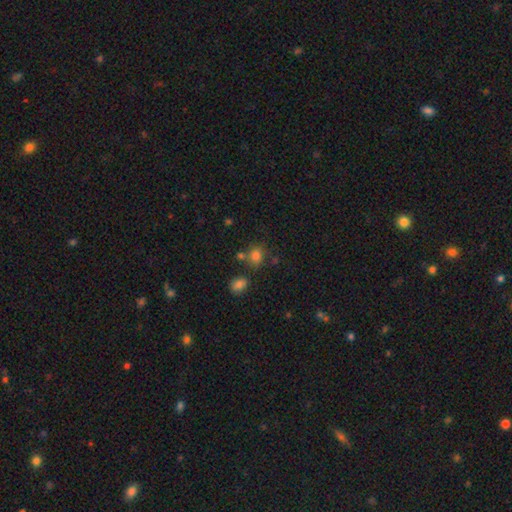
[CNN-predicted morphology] Smooth or featured?
  - smooth: 79% *
  - star or artifact: 14%
  - featured or disk: 7%
How rounded?
  - round: 67% *
  - in between: 31%
  - cigar-shaped: 1%
Merging?
  - none: 64% *
  - merger: 16%
  - minor disturbance: 15%
  - major disturbance: 6%